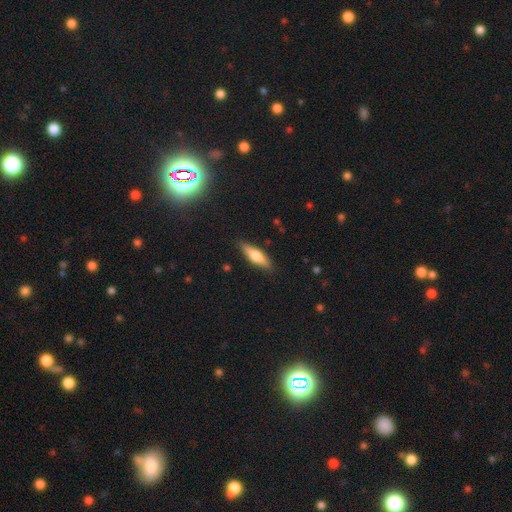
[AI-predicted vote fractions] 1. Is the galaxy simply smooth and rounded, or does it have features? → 60% smooth, 34% featured or disk, 6% star or artifact.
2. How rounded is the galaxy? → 55% cigar-shaped, 43% in between, 2% round.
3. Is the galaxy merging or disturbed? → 86% none, 10% minor disturbance, 2% major disturbance, 1% merger.